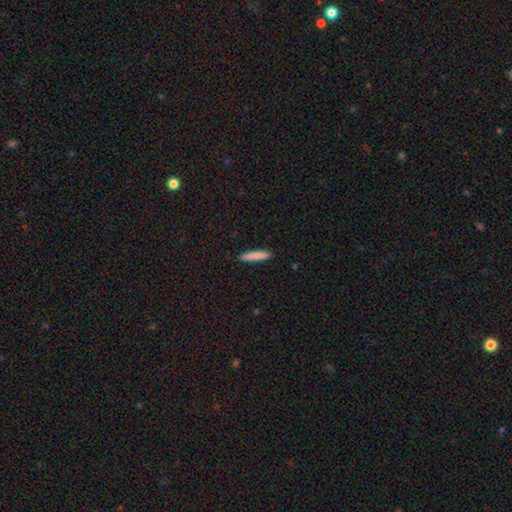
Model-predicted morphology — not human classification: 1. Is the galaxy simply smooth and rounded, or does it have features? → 85% smooth, 9% featured or disk, 6% star or artifact.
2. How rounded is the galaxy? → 91% cigar-shaped, 8% in between, 1% round.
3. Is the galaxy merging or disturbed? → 91% none, 7% minor disturbance, 1% major disturbance, 1% merger.